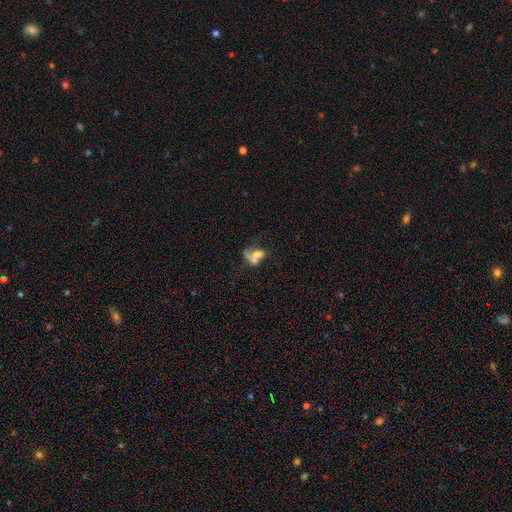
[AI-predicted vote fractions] The model was most divided on "smooth or featured": smooth: 52%, featured or disk: 35%, star or artifact: 13%. More confident: how rounded — in between (73%); merging — merger (56%).